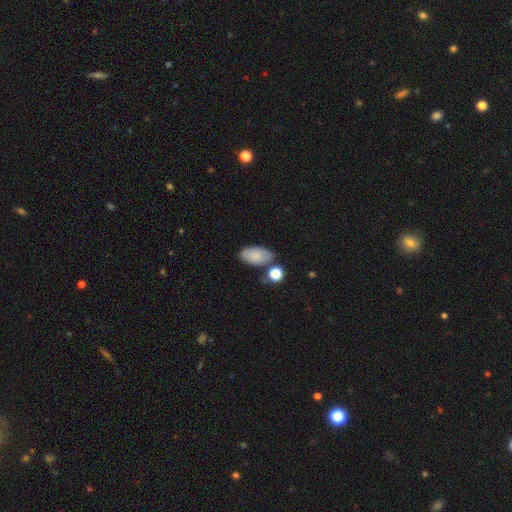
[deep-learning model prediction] Q: Smooth or featured?
A: smooth (80%); runner-up: featured or disk (13%)
Q: How rounded?
A: in between (93%); runner-up: round (5%)
Q: Merging?
A: none (66%); runner-up: minor disturbance (19%)